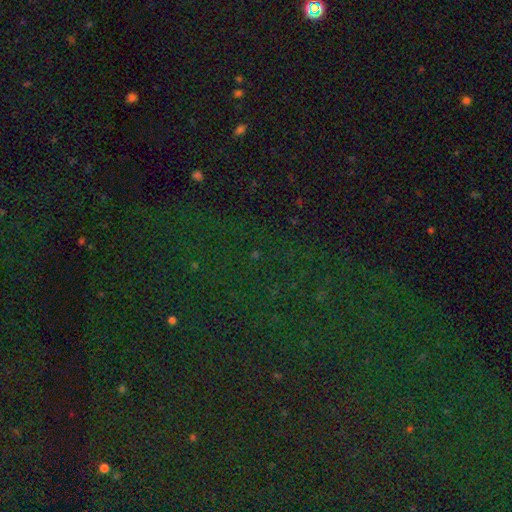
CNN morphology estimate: Overall: star or artifact (82%).